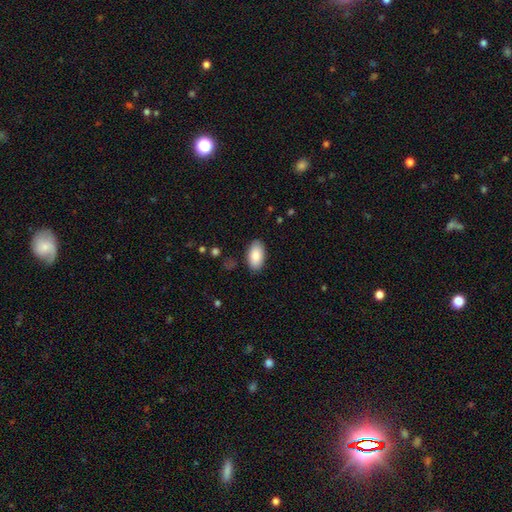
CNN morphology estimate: This is clearly a smooth galaxy (88%). How rounded: clearly in between (95%). Merging: clearly none (86%).